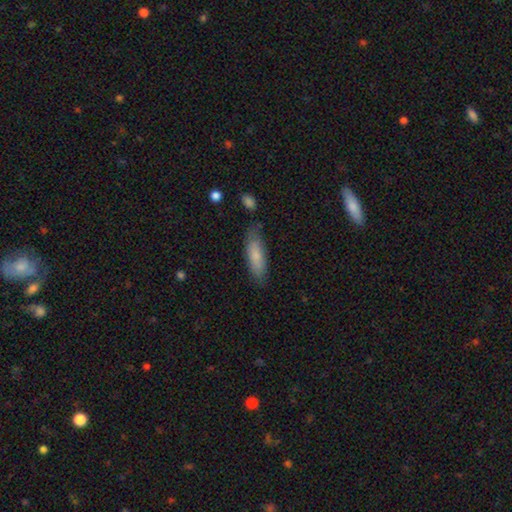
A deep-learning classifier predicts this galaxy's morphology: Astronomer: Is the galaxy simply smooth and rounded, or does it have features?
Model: smooth — 80%.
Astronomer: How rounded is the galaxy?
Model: in between — 51% (runner-up: cigar-shaped, 48%).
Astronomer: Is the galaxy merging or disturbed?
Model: none — 75%.